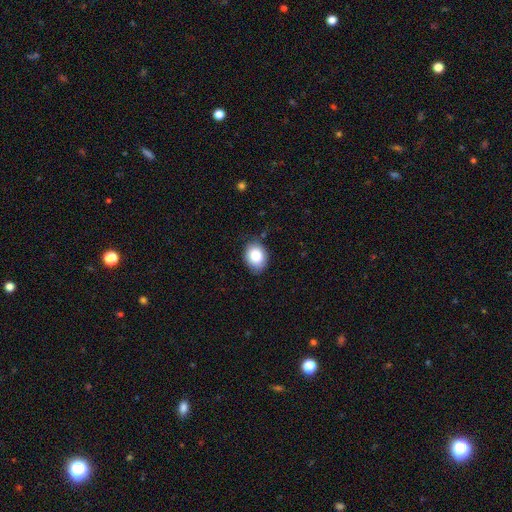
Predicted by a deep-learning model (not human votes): Smooth or featured? Predicted: smooth (p=0.85). How rounded? Predicted: in between (p=0.62). Merging? Predicted: none (p=0.78).